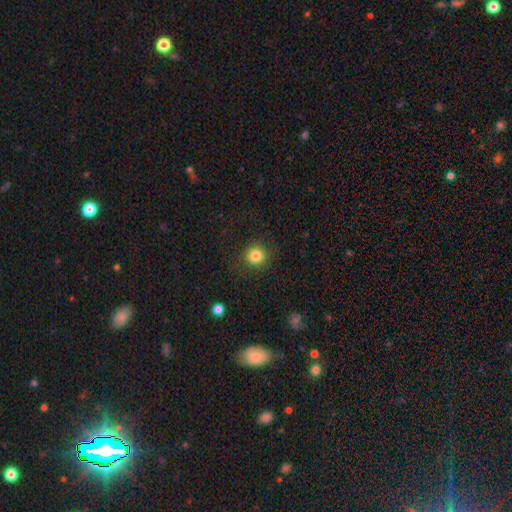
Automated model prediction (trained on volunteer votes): Q: Smooth or featured?
A: smooth (83%); runner-up: star or artifact (11%)
Q: How rounded?
A: round (90%); runner-up: in between (9%)
Q: Merging?
A: none (88%); runner-up: minor disturbance (8%)